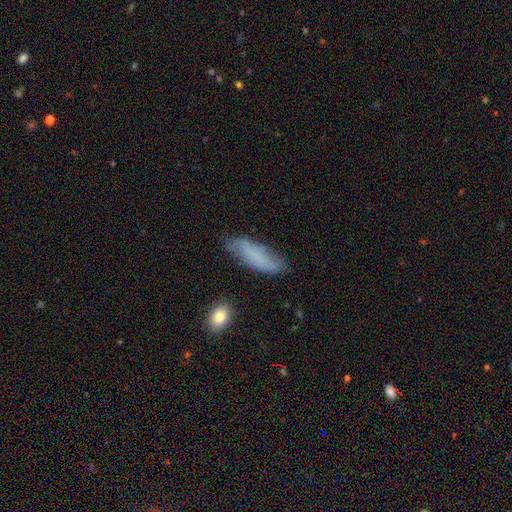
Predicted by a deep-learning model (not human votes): This appears to be a smooth galaxy with no disk features (71%) that is in between round and cigar-shaped (56%). Merging: none (63%).